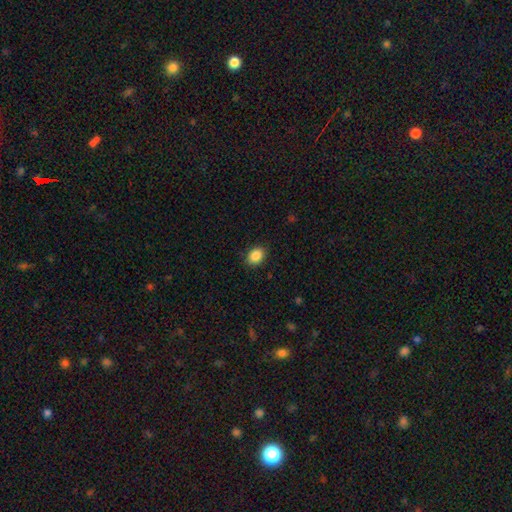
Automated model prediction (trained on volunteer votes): smooth-or-featured: smooth: 88% | star or artifact: 8% | featured or disk: 4%
  how-rounded: in between: 61% | round: 38% | cigar-shaped: 1%
  merging: none: 88% | minor disturbance: 9% | major disturbance: 2% | merger: 1%